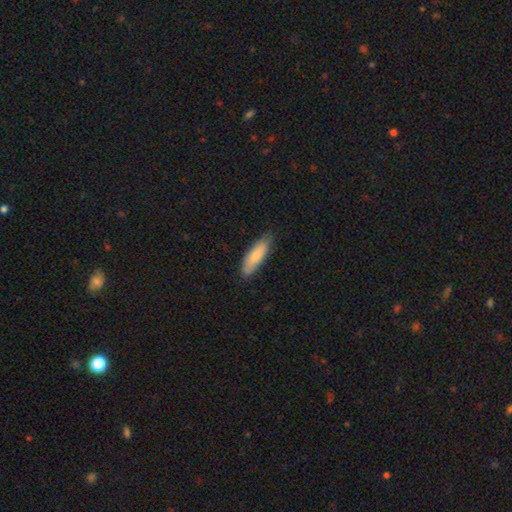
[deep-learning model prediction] Smooth or featured?
  - smooth: 77% *
  - featured or disk: 18%
  - star or artifact: 5%
How rounded?
  - in between: 52% *
  - cigar-shaped: 47%
  - round: 2%
Merging?
  - none: 81% *
  - minor disturbance: 16%
  - major disturbance: 2%
  - merger: 1%